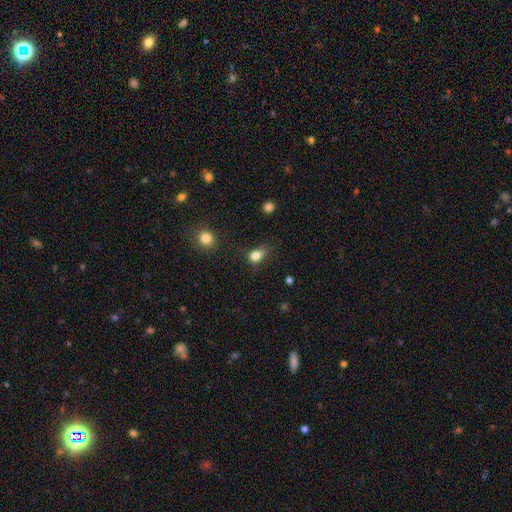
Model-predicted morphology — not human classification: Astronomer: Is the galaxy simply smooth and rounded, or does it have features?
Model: smooth — 80%.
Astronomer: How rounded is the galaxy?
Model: in between — 57% (runner-up: round, 40%).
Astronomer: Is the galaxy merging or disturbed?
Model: none — 52% (runner-up: minor disturbance, 31%).